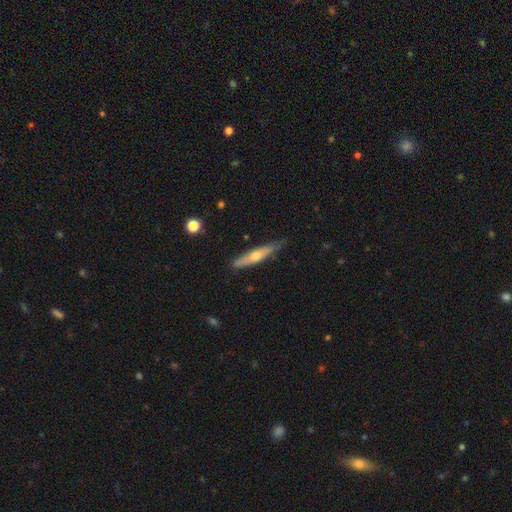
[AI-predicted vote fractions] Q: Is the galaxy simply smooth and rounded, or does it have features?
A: smooth — 48%.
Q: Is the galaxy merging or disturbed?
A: none — 75%.